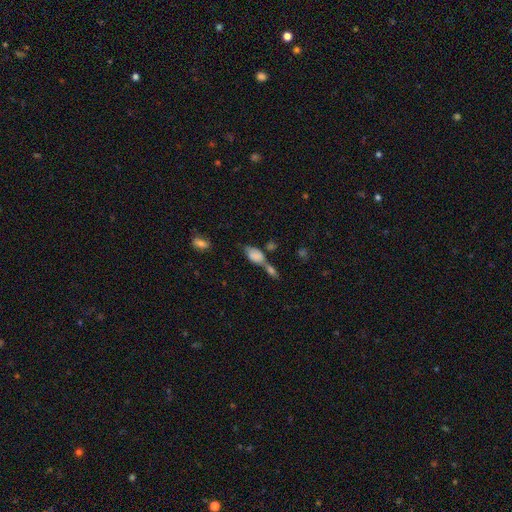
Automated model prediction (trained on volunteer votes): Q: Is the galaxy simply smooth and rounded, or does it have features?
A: smooth — 75%.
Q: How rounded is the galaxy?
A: in between — 87%.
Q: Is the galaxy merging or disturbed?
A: merger — 55%.